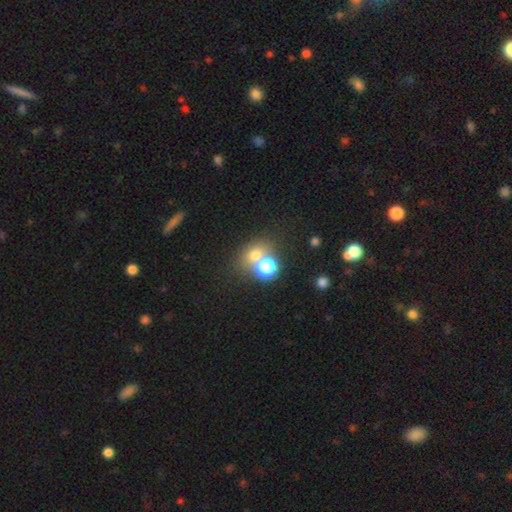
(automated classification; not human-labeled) Morphology: type=smooth (63%); roundness=round (64%); merging=none (55%).